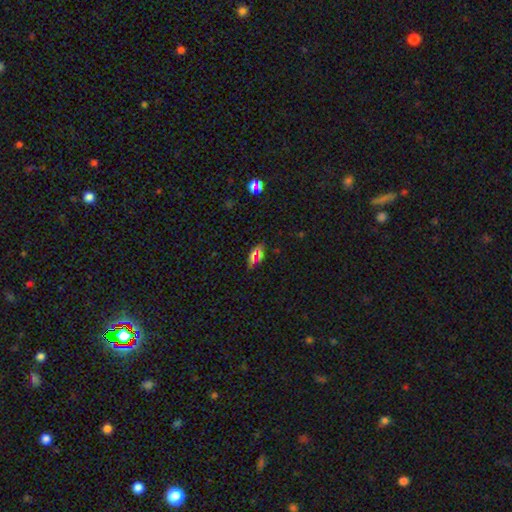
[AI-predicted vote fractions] Smooth or featured? Predicted: smooth (p=0.58). How rounded? Predicted: in between (p=0.80). Merging? Predicted: none (p=0.77).